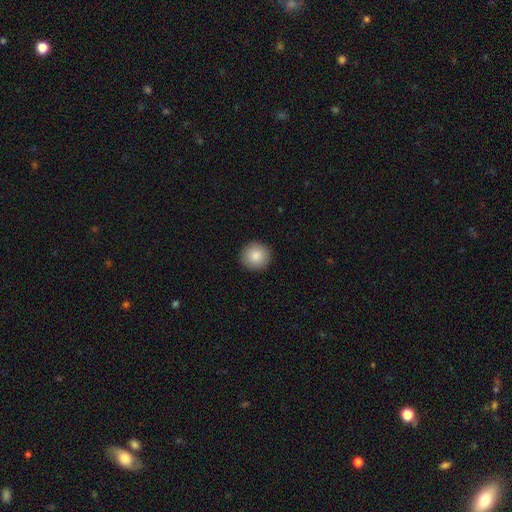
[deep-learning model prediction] This is clearly a smooth galaxy (87%). How rounded: clearly round (92%). Merging: clearly none (92%).